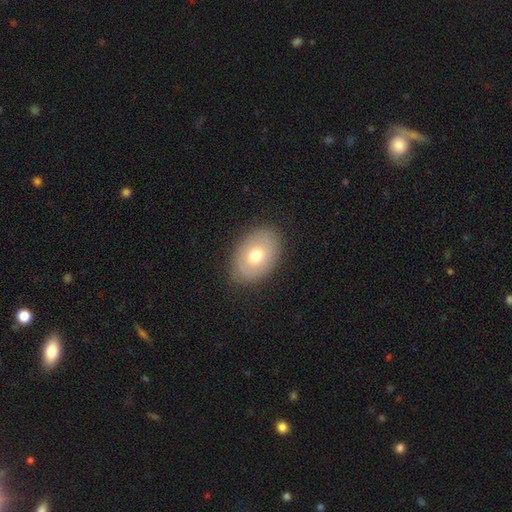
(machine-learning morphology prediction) The model was most divided on "smooth or featured": smooth: 66%, featured or disk: 27%, star or artifact: 8%. More confident: merging — none (84%); how rounded — in between (81%).